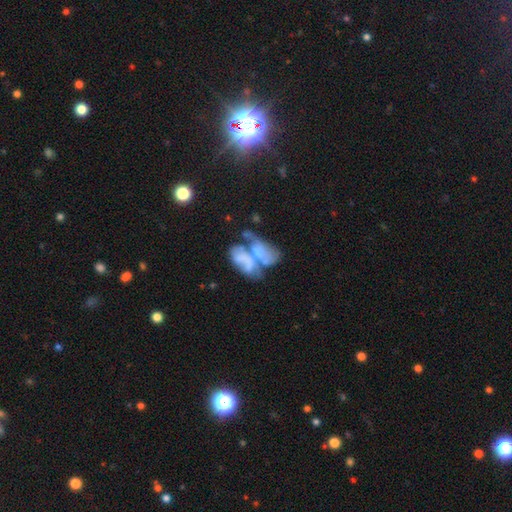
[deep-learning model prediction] This is possibly a featured or disk galaxy (50%). Merging: likely merger (65%).